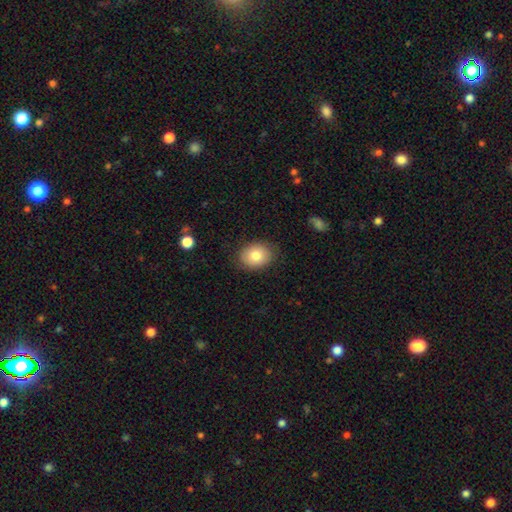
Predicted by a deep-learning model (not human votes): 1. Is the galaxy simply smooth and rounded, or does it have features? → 80% smooth, 12% featured or disk, 8% star or artifact.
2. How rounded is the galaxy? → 58% in between, 41% round, 1% cigar-shaped.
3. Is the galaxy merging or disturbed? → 84% none, 12% minor disturbance, 3% major disturbance, 1% merger.